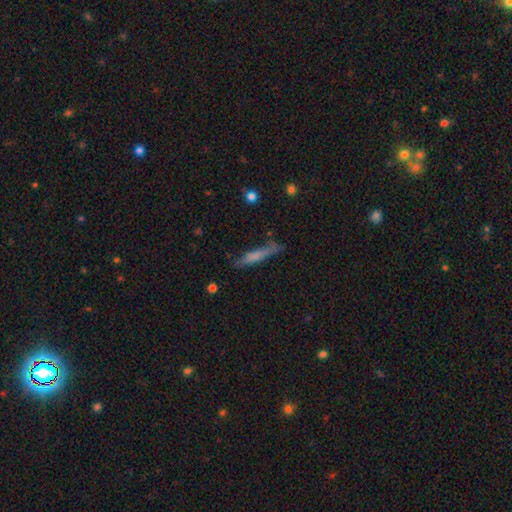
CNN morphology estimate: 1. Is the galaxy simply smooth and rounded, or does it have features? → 61% smooth, 31% featured or disk, 8% star or artifact.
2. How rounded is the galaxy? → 90% cigar-shaped, 8% in between, 2% round.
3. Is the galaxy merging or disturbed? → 68% none, 22% minor disturbance, 6% major disturbance, 4% merger.